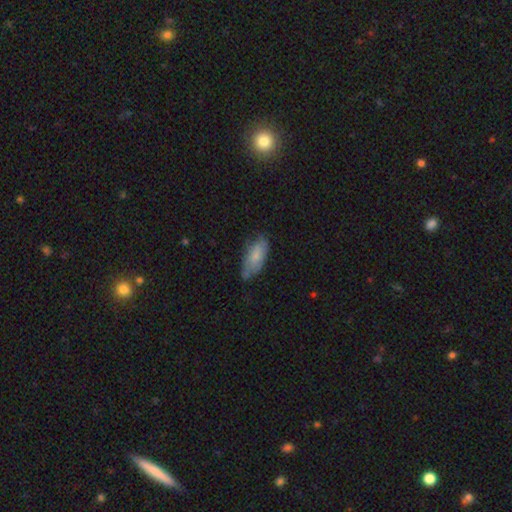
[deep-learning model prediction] Smooth or featured: smooth — 72% (featured or disk — 22%)
How rounded: in between — 86% (cigar-shaped — 12%)
Merging: none — 58% (minor disturbance — 31%)